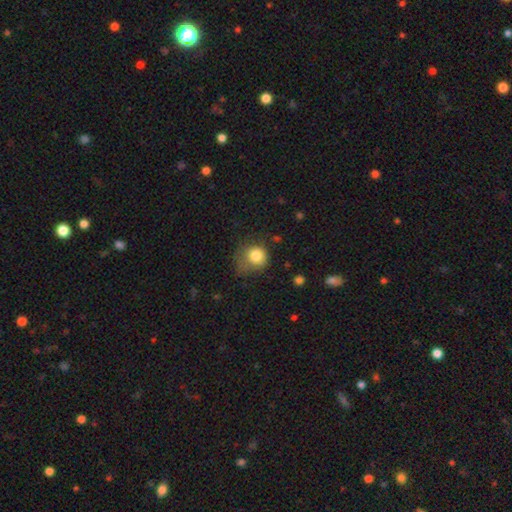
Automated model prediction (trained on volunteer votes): A smooth galaxy with no disk features (80%) that is round (79%). Merging: none (38%).